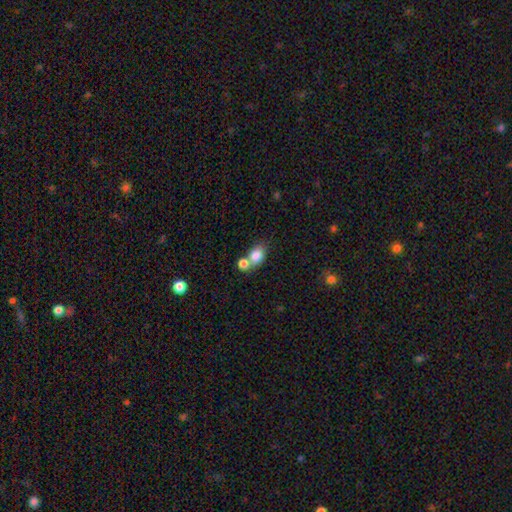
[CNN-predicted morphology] smooth 82%, featured or disk 9%, star or artifact 9%. Down the decision tree: how rounded — in between (59%); merging — merger (49%).